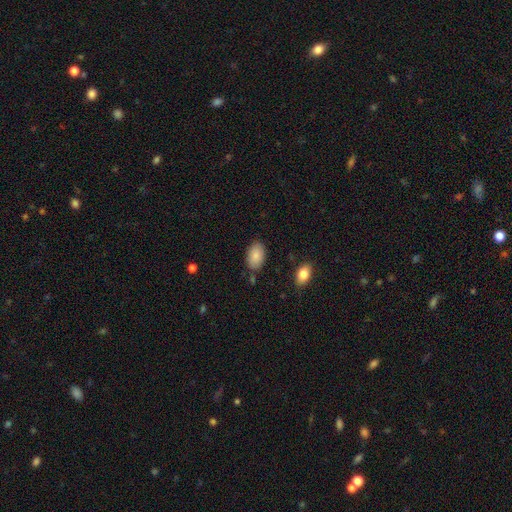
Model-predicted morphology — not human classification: This is clearly a smooth galaxy (87%). How rounded: clearly in between (93%). Merging: clearly none (82%).